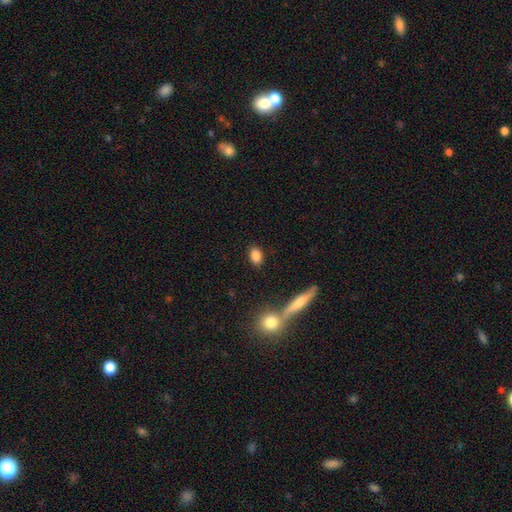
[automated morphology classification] A smooth galaxy with no disk features (84%) that is in between round and cigar-shaped (78%). Merging: none (86%).